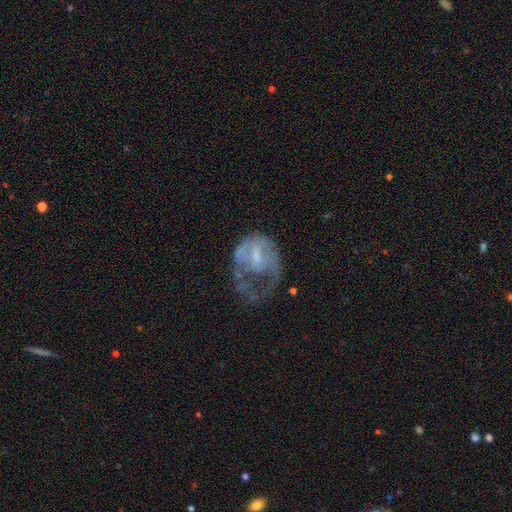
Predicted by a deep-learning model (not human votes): Q: Smooth or featured?
A: featured or disk (62%); runner-up: smooth (29%)
Q: Edge-on disk?
A: no (97%); runner-up: yes (3%)
Q: Bar?
A: no (51%); runner-up: weak (39%)
Q: Spiral arms?
A: no (57%); runner-up: yes (43%)
Q: Bulge size?
A: small (38%); runner-up: moderate (30%)
Q: Merging?
A: major disturbance (57%); runner-up: none (22%)